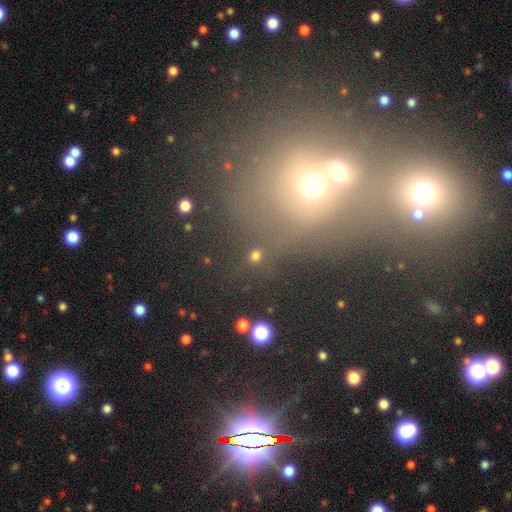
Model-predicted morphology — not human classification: Smooth or featured?
  - smooth: 72% *
  - star or artifact: 22%
  - featured or disk: 6%
How rounded?
  - round: 85% *
  - in between: 14%
  - cigar-shaped: 2%
Merging?
  - none: 83% *
  - minor disturbance: 7%
  - merger: 6%
  - major disturbance: 4%